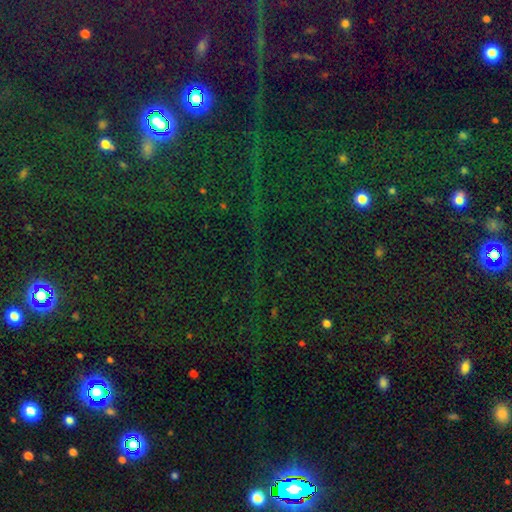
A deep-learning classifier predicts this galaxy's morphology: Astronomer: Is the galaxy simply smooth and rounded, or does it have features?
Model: star or artifact — 80%.